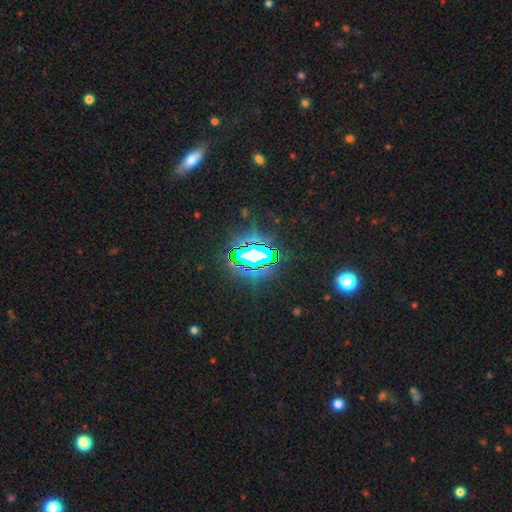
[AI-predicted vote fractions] Smooth or featured? Predicted: star or artifact (p=0.77).